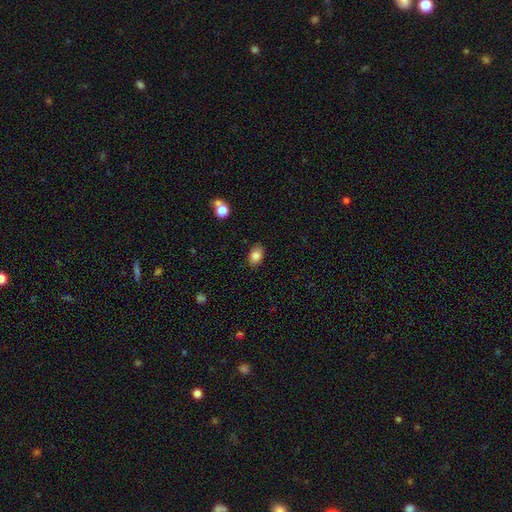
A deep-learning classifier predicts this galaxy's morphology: A smooth galaxy with no disk features (84%) that is in between round and cigar-shaped (82%).

Vote fractions:
- Smooth or featured? smooth: 84% / star or artifact: 9% / featured or disk: 7%
- How rounded? in between: 82% / round: 17% / cigar-shaped: 1%
- Merging? none: 85% / minor disturbance: 11% / major disturbance: 3% / merger: 2%